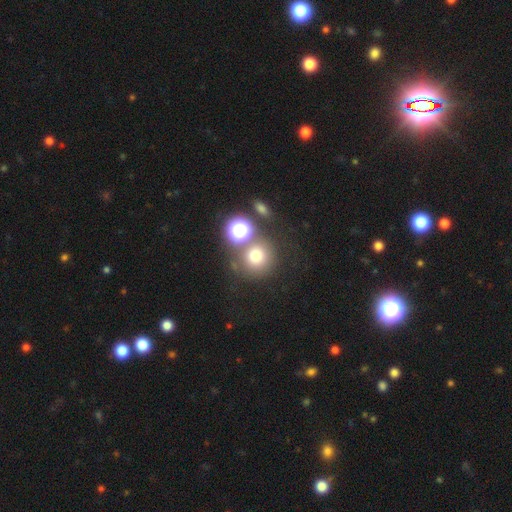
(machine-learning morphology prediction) Smooth or featured?
  - smooth: 71% *
  - star or artifact: 18%
  - featured or disk: 11%
How rounded?
  - round: 90% *
  - in between: 9%
  - cigar-shaped: 1%
Merging?
  - none: 63% *
  - merger: 21%
  - minor disturbance: 10%
  - major disturbance: 5%